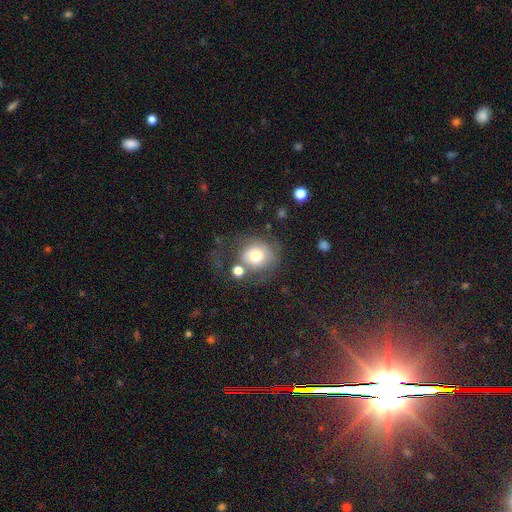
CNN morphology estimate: Smooth or featured? smooth (64%)
How rounded? round (76%)
Merging? none (43%)